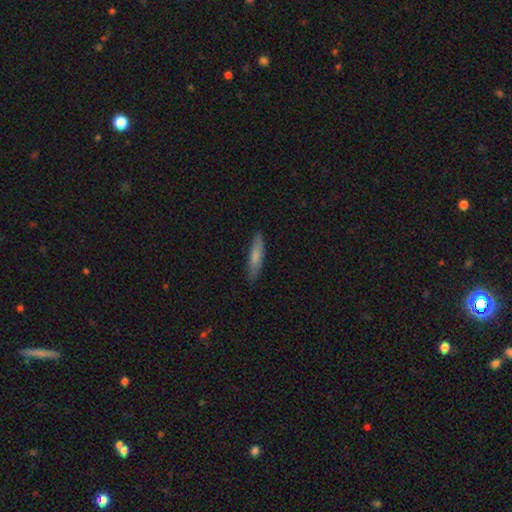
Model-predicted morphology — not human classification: Smooth or featured? Predicted: smooth (p=0.74). How rounded? Predicted: cigar-shaped (p=0.81). Merging? Predicted: none (p=0.86).